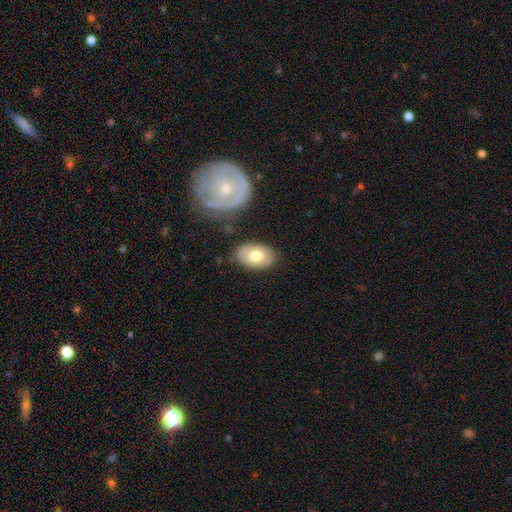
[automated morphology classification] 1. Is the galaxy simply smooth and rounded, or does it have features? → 64% smooth, 29% featured or disk, 6% star or artifact.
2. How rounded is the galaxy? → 87% in between, 12% round, 1% cigar-shaped.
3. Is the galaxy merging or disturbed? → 80% none, 14% minor disturbance, 3% major disturbance, 3% merger.